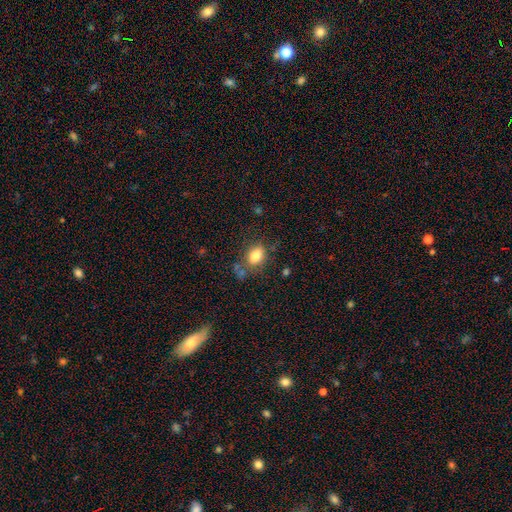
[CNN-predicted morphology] Q: Smooth or featured?
A: smooth (81%); runner-up: featured or disk (10%)
Q: How rounded?
A: in between (78%); runner-up: round (21%)
Q: Merging?
A: none (66%); runner-up: minor disturbance (18%)